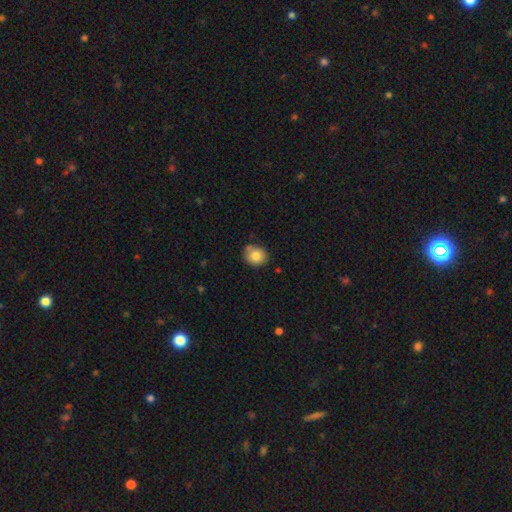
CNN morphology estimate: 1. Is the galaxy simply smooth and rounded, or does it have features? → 82% smooth, 9% featured or disk, 9% star or artifact.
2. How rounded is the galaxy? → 74% round, 25% in between, 1% cigar-shaped.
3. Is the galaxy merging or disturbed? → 72% none, 19% minor disturbance, 6% merger, 3% major disturbance.